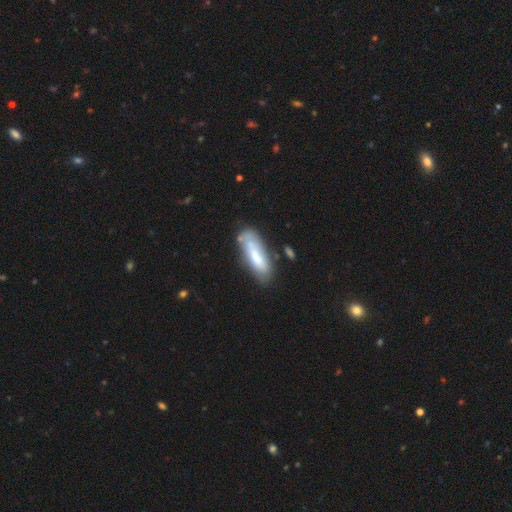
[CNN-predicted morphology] smooth 65%, featured or disk 29%, star or artifact 6%. Down the decision tree: how rounded — in between (50%); merging — none (60%).